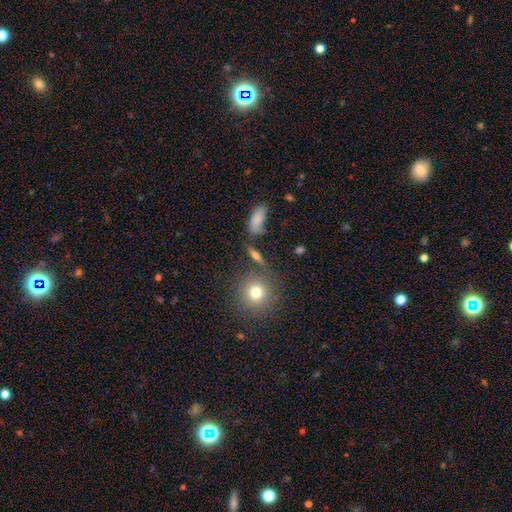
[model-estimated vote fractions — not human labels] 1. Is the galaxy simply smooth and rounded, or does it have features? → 60% smooth, 24% featured or disk, 16% star or artifact.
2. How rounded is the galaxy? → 37% in between, 36% cigar-shaped, 27% round.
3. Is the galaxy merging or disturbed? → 74% none, 12% minor disturbance, 9% merger, 5% major disturbance.